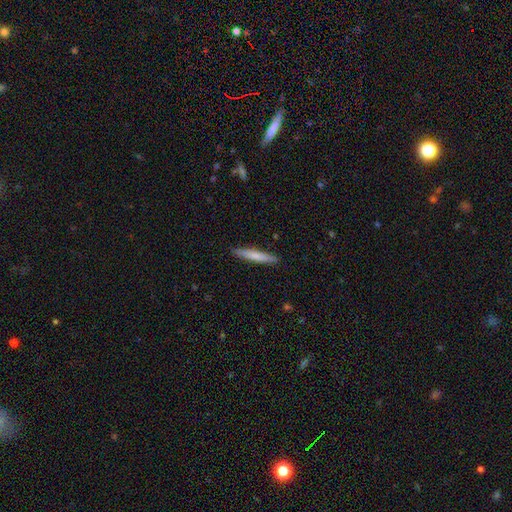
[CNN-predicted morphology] Overall: smooth (68%). How rounded: cigar-shaped (94%). Merging: none (90%).